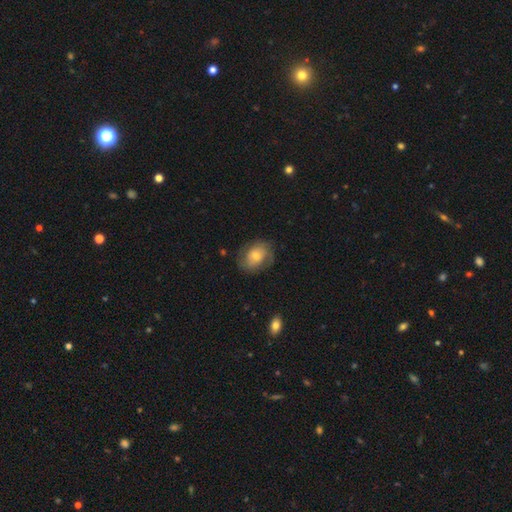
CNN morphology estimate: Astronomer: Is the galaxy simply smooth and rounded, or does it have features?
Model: smooth — 51% (runner-up: featured or disk, 42%).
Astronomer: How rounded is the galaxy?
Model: in between — 61% (runner-up: round, 38%).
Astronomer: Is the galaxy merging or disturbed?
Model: none — 67%.